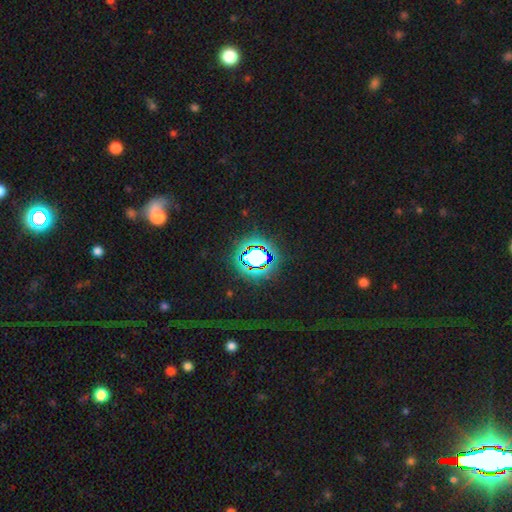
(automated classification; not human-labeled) Morphology: type=star or artifact (76%).